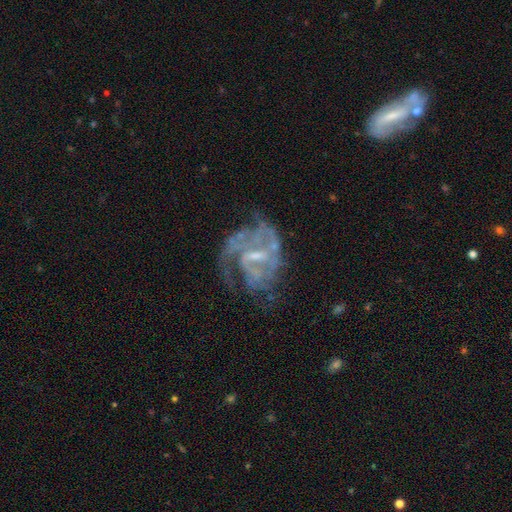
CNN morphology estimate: smooth-or-featured: featured or disk: 82% | smooth: 10% | star or artifact: 9%
  disk-edge-on: no: 98% | yes: 2%
    bar: weak: 54% | no: 26% | strong: 20%
    has-spiral-arms: yes: 77% | no: 23%
      spiral-winding: medium: 41% | tight: 39% | loose: 20%
      spiral-arm-count: can't tell: 40% | 2: 28% | 3: 15% | 1: 9% | 4: 5% | more than 4: 4%
    bulge-size: small: 49% | moderate: 26% | none: 22% | large: 2% | dominant: 1%
  merging: none: 42% | major disturbance: 33% | minor disturbance: 21% | merger: 4%